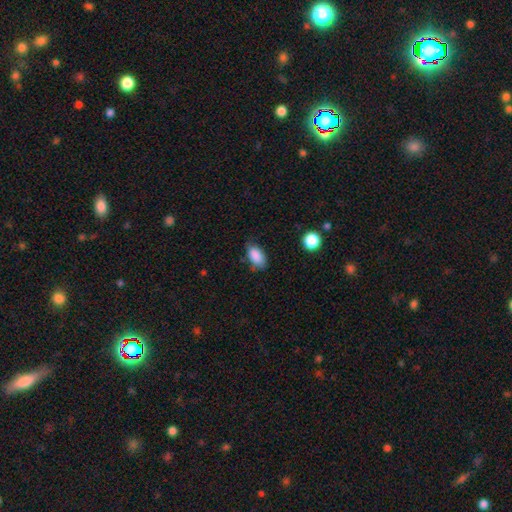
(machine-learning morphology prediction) Overall: smooth (87%). How rounded: in between (91%). Merging: none (70%).